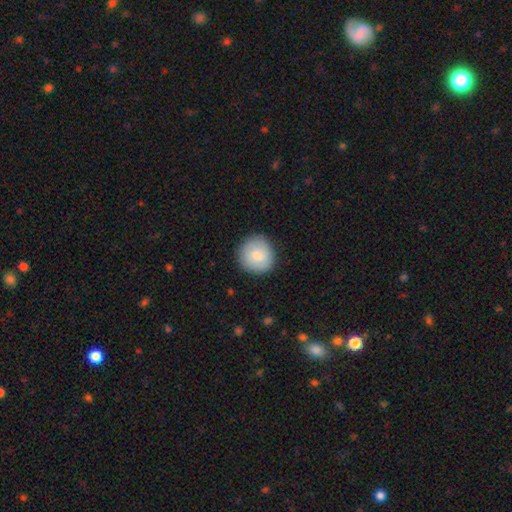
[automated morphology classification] A smooth galaxy with no disk features (83%) that is round (93%). Merging: none (88%).